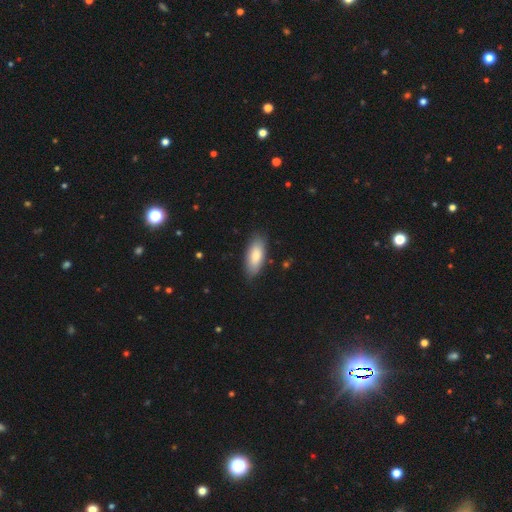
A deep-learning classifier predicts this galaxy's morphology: This appears to be a smooth galaxy with no disk features (82%) that is in between round and cigar-shaped (81%). Merging: none (83%).